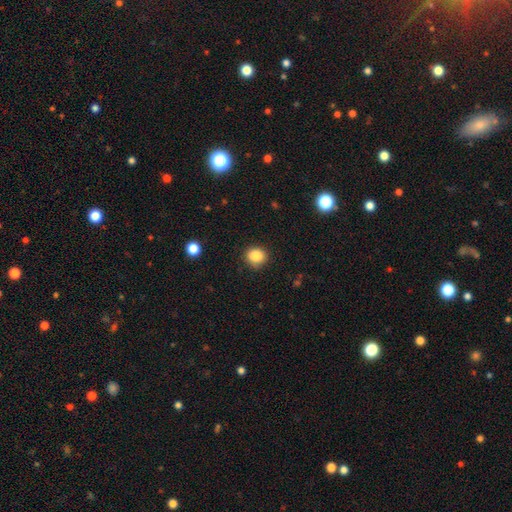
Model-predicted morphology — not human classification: A smooth galaxy with no disk features (86%) that is round (80%). Merging: none (87%).